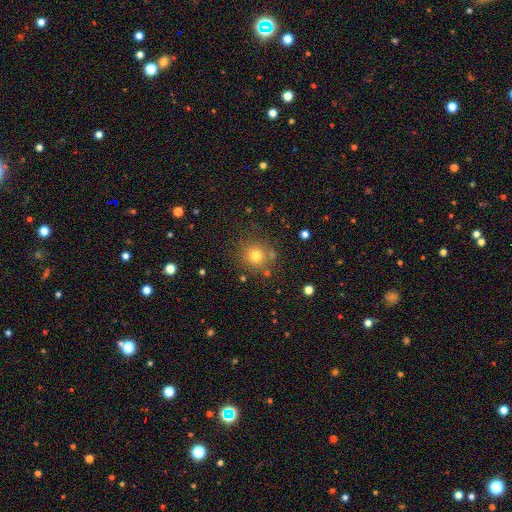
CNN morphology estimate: A smooth galaxy with no disk features (74%) that is round (91%).

Vote fractions:
- Smooth or featured? smooth: 74% / star or artifact: 16% / featured or disk: 10%
- How rounded? round: 91% / in between: 8% / cigar-shaped: 1%
- Merging? none: 80% / minor disturbance: 10% / merger: 6% / major disturbance: 4%